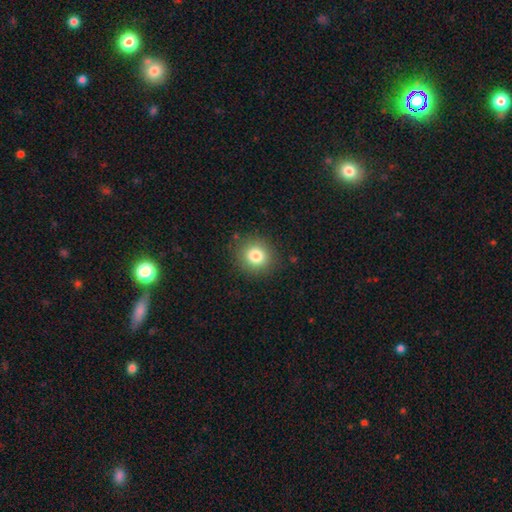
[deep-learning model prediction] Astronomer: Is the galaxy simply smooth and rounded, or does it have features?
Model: smooth — 81%.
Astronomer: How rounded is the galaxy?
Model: round — 89%.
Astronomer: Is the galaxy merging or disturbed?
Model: none — 88%.